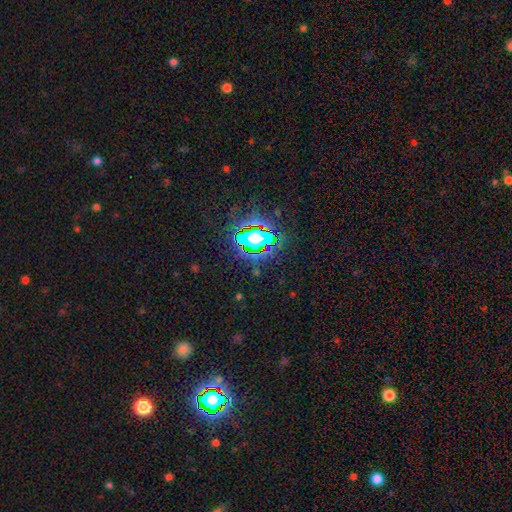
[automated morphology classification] This is clearly a star or artifact rather than a galaxy (82%).